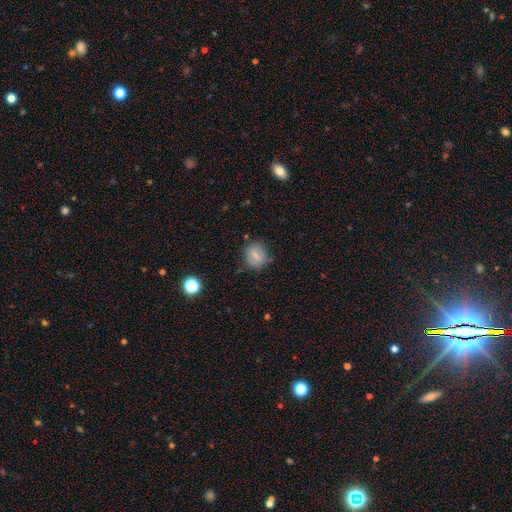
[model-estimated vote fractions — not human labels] Smooth or featured? Predicted: smooth (p=0.75). How rounded? Predicted: round (p=0.64). Merging? Predicted: none (p=0.74).